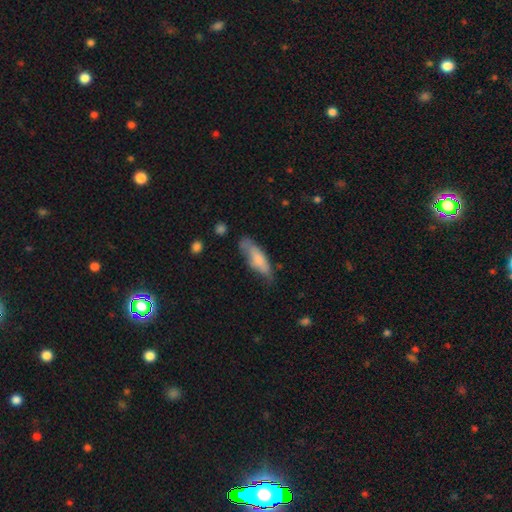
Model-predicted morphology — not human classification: The model was most divided on "how rounded": cigar-shaped: 53%, in between: 45%, round: 2%. More confident: smooth or featured — smooth (65%); merging — none (59%).